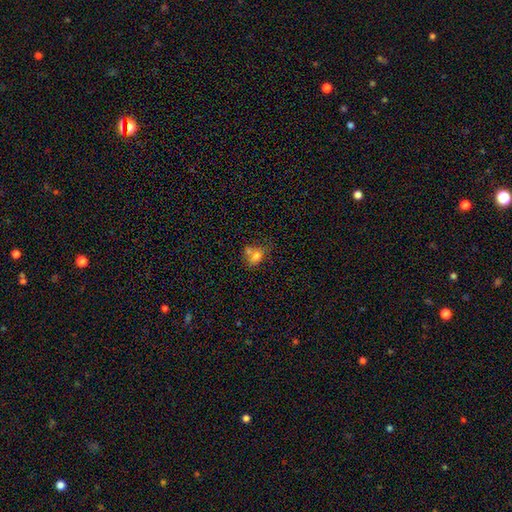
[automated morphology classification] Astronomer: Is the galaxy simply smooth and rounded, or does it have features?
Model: smooth — 69%.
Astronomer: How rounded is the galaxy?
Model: in between — 60% (runner-up: round, 38%).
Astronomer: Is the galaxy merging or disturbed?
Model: merger — 48% (runner-up: none, 30%).